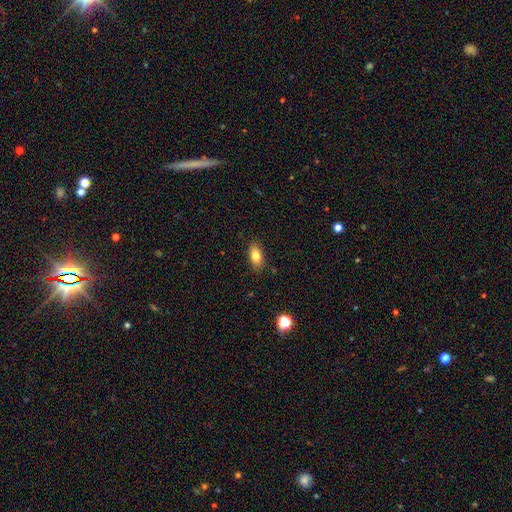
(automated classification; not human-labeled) smooth 81%, featured or disk 10%, star or artifact 9%. Down the decision tree: how rounded — in between (88%); merging — none (86%).